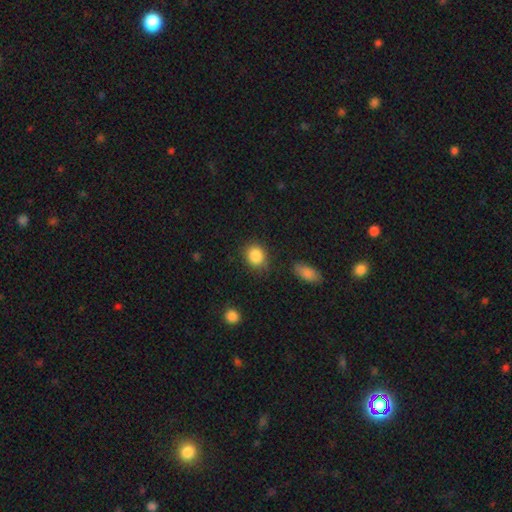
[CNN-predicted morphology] smooth_or_featured: smooth (p=0.87) [alt: star or artifact p=0.08]
how_rounded: round (p=0.62) [alt: in between p=0.37]
merging: none (p=0.79) [alt: minor disturbance p=0.14]